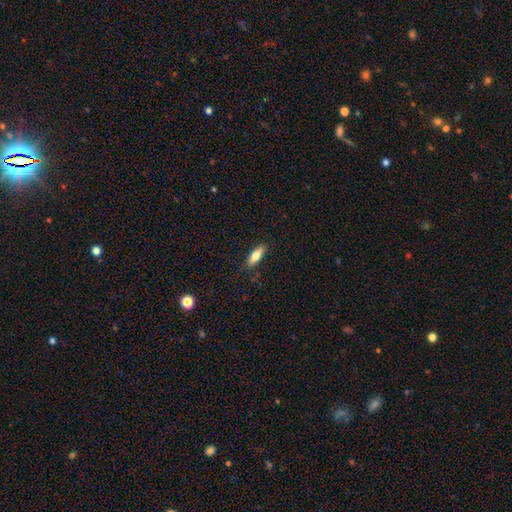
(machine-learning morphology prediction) type=smooth (72%); roundness=in between (59%); merging=none (85%).